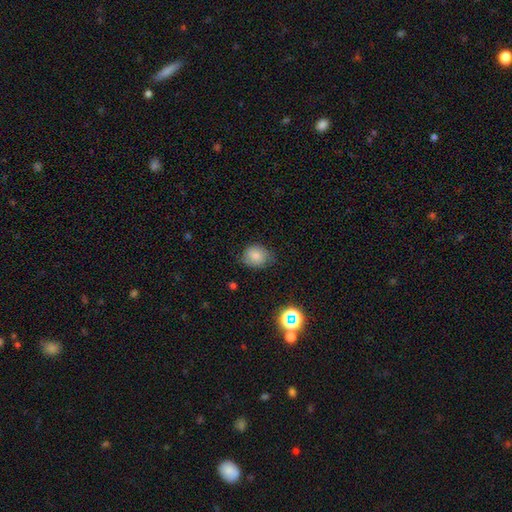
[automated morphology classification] Overall: smooth (78%). How rounded: round (55%; in between 44%). Merging: none (68%).